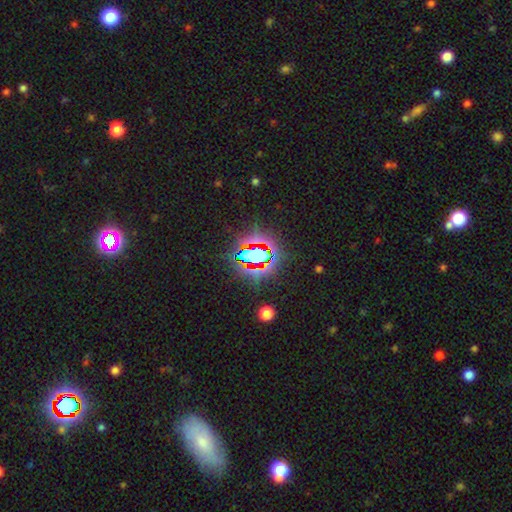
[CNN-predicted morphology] smooth-or-featured: star or artifact: 73% | smooth: 16% | featured or disk: 11%